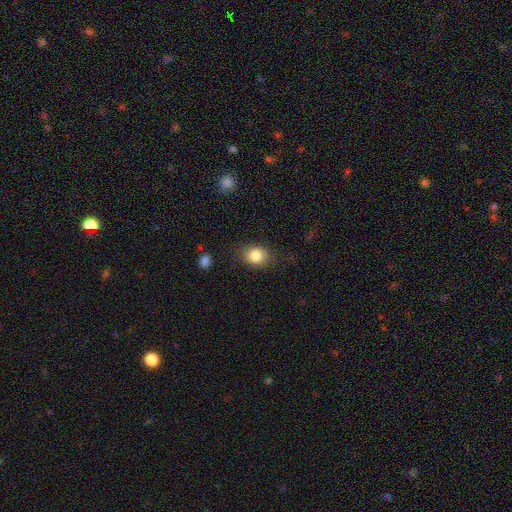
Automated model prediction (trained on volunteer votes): Smooth or featured? Predicted: smooth (p=0.84). How rounded? Predicted: round (p=0.54). Merging? Predicted: none (p=0.79).